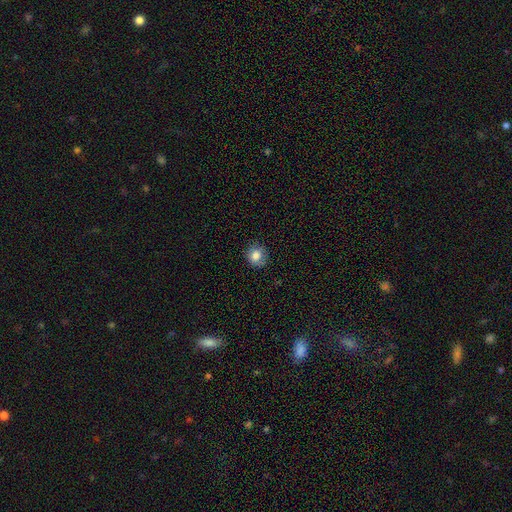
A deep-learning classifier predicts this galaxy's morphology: Smooth or featured: smooth — 81% (star or artifact — 10%)
How rounded: round — 83% (in between — 16%)
Merging: none — 83% (minor disturbance — 13%)